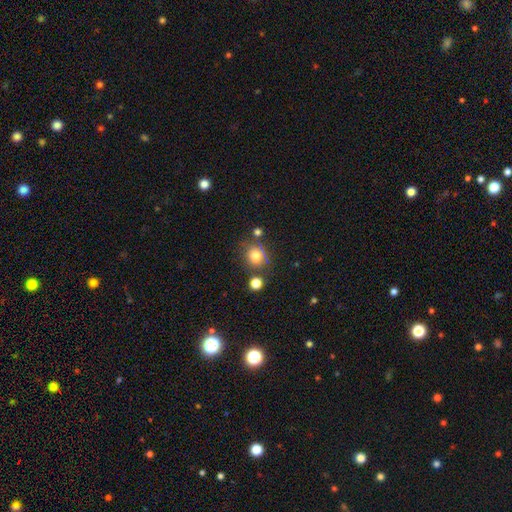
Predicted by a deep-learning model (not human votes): smooth-or-featured: smooth: 75% | star or artifact: 15% | featured or disk: 10%
  how-rounded: round: 75% | in between: 24% | cigar-shaped: 1%
  merging: none: 68% | minor disturbance: 15% | merger: 11% | major disturbance: 6%